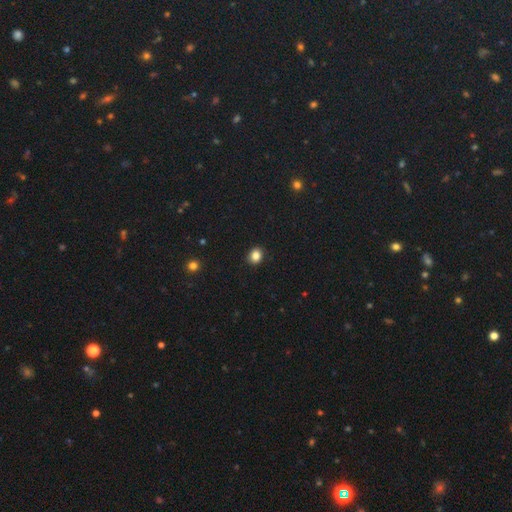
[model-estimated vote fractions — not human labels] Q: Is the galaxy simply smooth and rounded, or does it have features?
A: smooth — 85%.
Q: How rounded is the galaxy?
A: round — 63%.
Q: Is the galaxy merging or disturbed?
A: none — 90%.